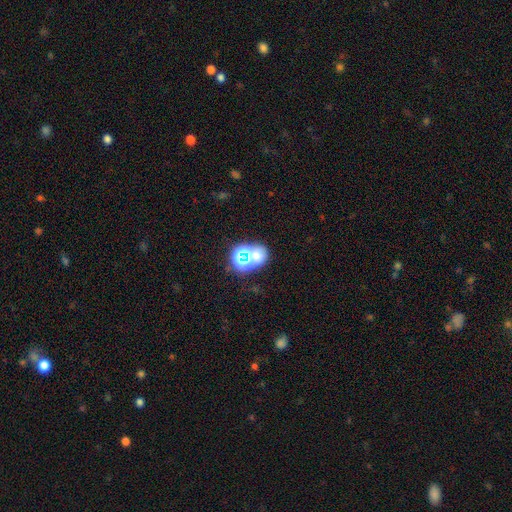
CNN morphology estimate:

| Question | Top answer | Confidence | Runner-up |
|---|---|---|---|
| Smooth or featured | smooth | 46% | star or artifact (42%) |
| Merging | none | 53% | merger (31%) |